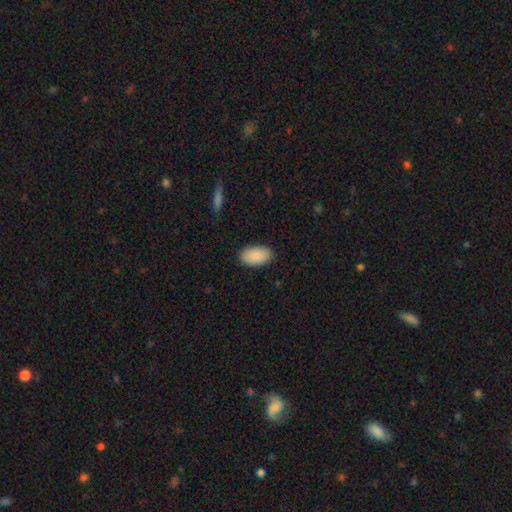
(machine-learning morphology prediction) smooth 89%, star or artifact 6%, featured or disk 5%. Down the decision tree: how rounded — in between (95%); merging — none (88%).